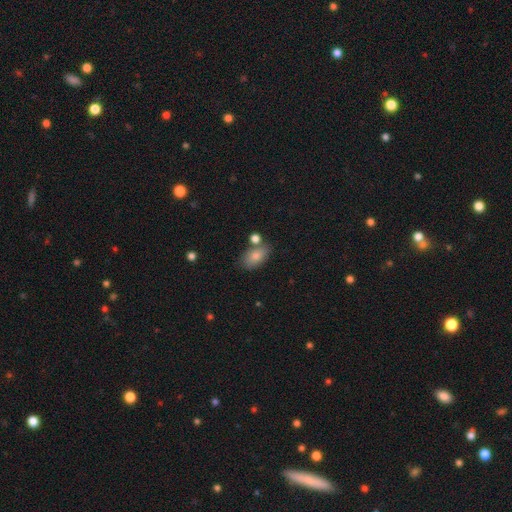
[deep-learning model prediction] A smooth galaxy with no disk features (80%) that is in between round and cigar-shaped (90%).

Vote fractions:
- Smooth or featured? smooth: 80% / featured or disk: 12% / star or artifact: 8%
- How rounded? in between: 90% / round: 8% / cigar-shaped: 3%
- Merging? none: 67% / minor disturbance: 15% / merger: 14% / major disturbance: 4%